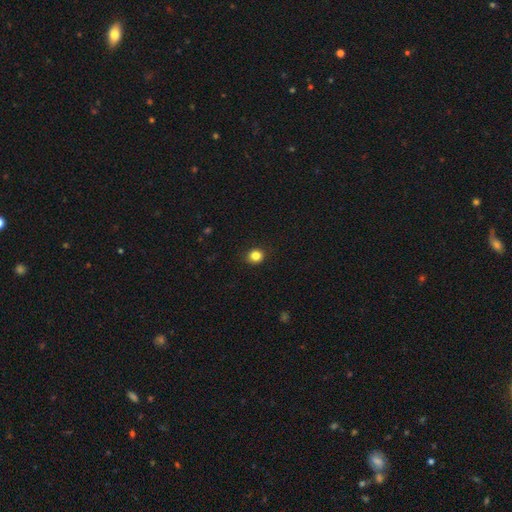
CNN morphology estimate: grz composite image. It shows a smooth galaxy with no disk features (84%) that is round (85%). Merging: none (91%).